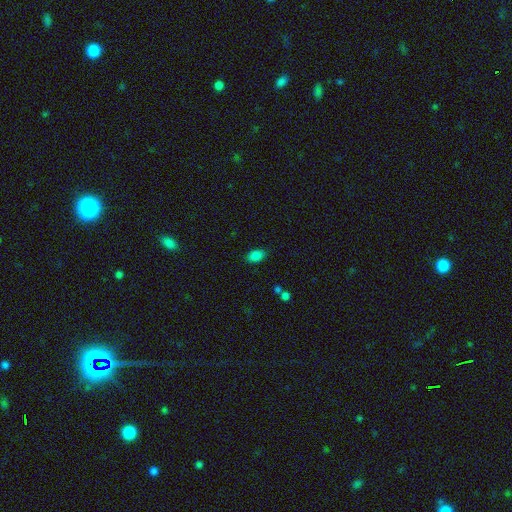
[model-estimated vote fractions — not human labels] smooth-or-featured: smooth: 84% | star or artifact: 11% | featured or disk: 5%
  how-rounded: in between: 88% | round: 10% | cigar-shaped: 2%
  merging: none: 84% | minor disturbance: 11% | major disturbance: 3% | merger: 2%